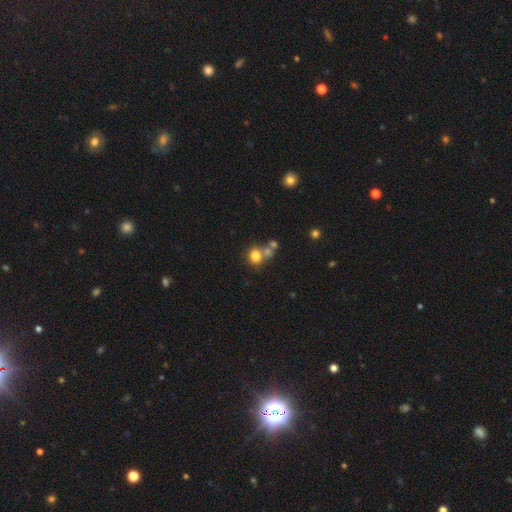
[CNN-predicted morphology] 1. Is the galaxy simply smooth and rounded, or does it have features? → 77% smooth, 13% star or artifact, 10% featured or disk.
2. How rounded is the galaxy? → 67% round, 32% in between, 1% cigar-shaped.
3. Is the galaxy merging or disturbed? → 49% none, 36% merger, 10% minor disturbance, 5% major disturbance.